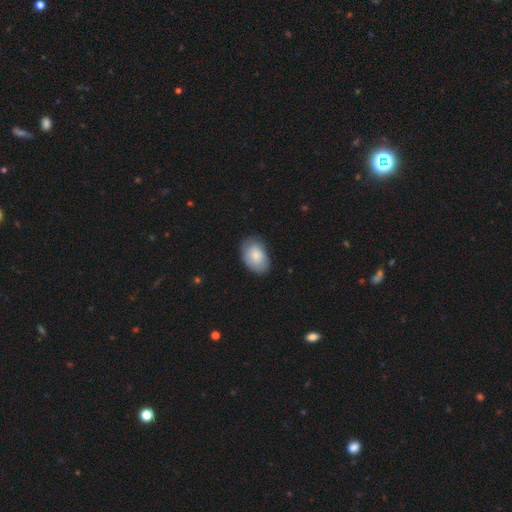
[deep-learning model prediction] smooth_or_featured: smooth (p=0.78) [alt: featured or disk p=0.16]
how_rounded: in between (p=0.88) [alt: round p=0.11]
merging: none (p=0.75) [alt: minor disturbance p=0.20]